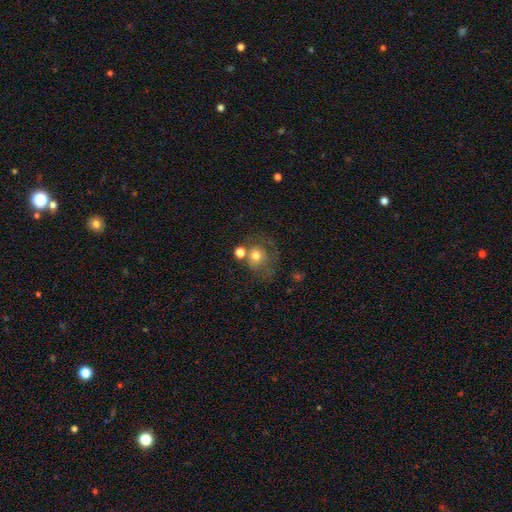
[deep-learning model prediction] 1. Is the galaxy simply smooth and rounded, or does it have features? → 63% smooth, 25% featured or disk, 12% star or artifact.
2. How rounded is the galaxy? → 78% round, 21% in between, 1% cigar-shaped.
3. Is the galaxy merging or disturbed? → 43% none, 23% merger, 18% minor disturbance, 16% major disturbance.